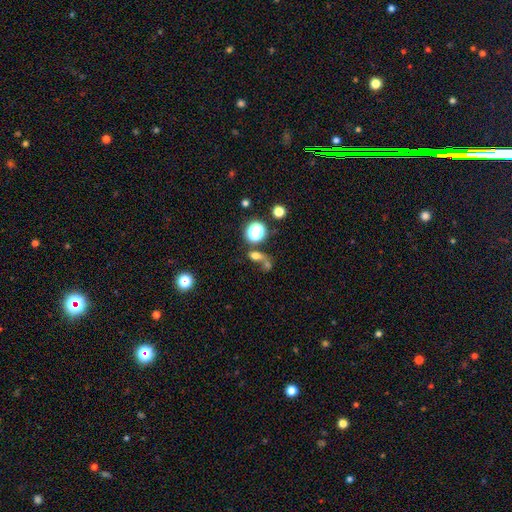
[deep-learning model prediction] This is likely a smooth galaxy (62%). How rounded: possibly in between (51%). Merging: marginally merger (43%).